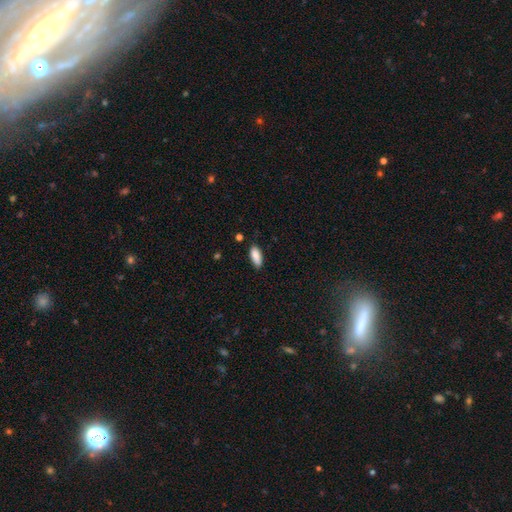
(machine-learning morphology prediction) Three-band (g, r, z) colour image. It shows a smooth galaxy with no disk features (88%) that is in between round and cigar-shaped (80%). Merging: none (82%).